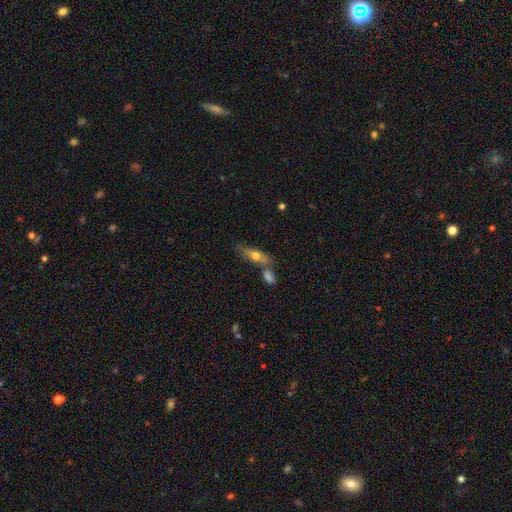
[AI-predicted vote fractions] Morphology: type=smooth (57%); roundness=cigar-shaped (49%); merging=none (55%).